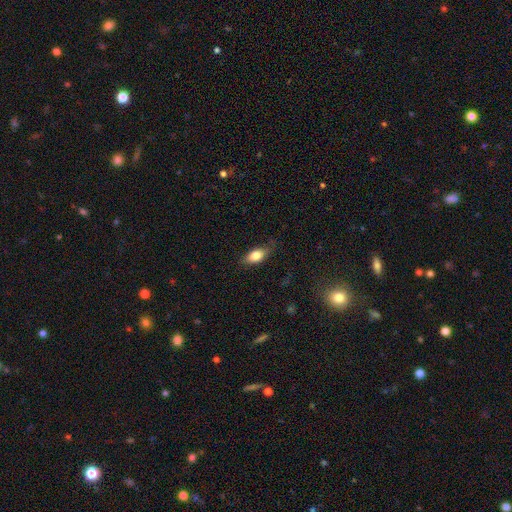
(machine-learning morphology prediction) smooth_or_featured: smooth (p=0.78) [alt: featured or disk p=0.14]
how_rounded: in between (p=0.84) [alt: cigar-shaped p=0.10]
merging: none (p=0.76) [alt: minor disturbance p=0.19]